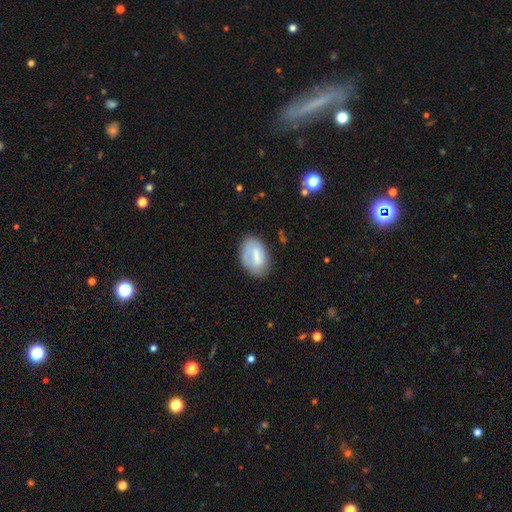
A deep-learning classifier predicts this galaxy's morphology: Smooth or featured: smooth — 60% (featured or disk — 33%)
How rounded: in between — 88% (round — 10%)
Merging: none — 65% (minor disturbance — 24%)